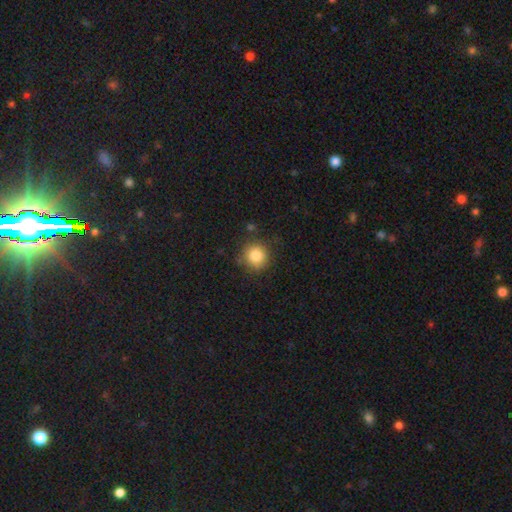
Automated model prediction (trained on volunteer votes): Smooth or featured?
  - smooth: 84% *
  - star or artifact: 10%
  - featured or disk: 5%
How rounded?
  - round: 91% *
  - in between: 8%
  - cigar-shaped: 1%
Merging?
  - none: 84% *
  - minor disturbance: 11%
  - major disturbance: 3%
  - merger: 2%